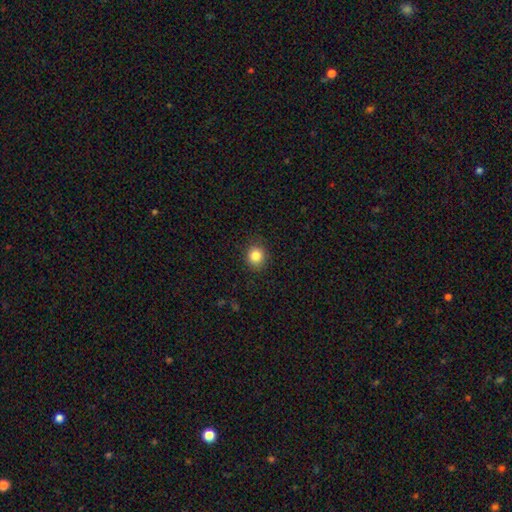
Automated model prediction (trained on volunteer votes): A smooth galaxy with no disk features (84%) that is round (86%). Merging: none (89%).